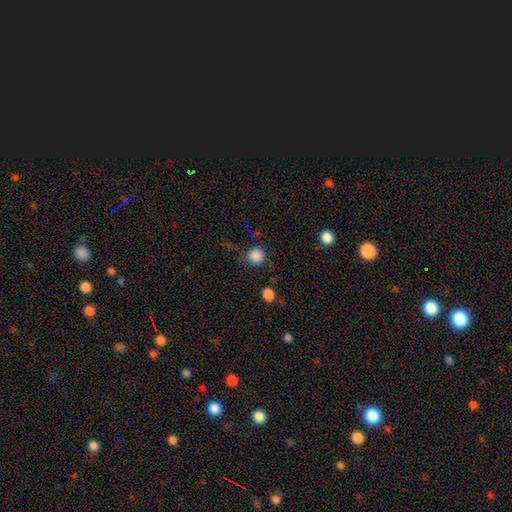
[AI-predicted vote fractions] Smooth or featured? smooth (85%)
How rounded? round (94%)
Merging? none (82%)